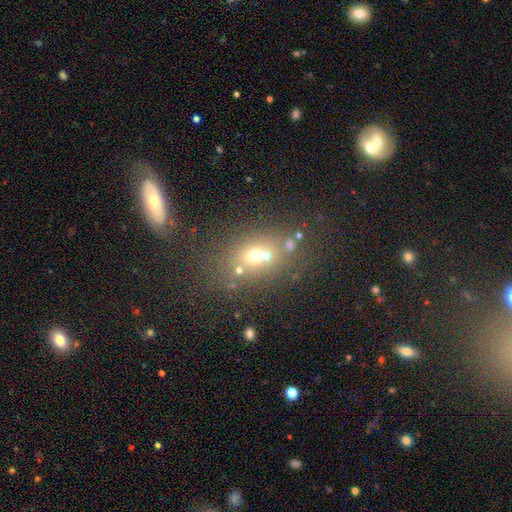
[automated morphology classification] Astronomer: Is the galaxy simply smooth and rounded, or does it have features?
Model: smooth — 54%.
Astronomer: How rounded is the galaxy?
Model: in between — 51% (runner-up: round, 47%).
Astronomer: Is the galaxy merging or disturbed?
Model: none — 56%.